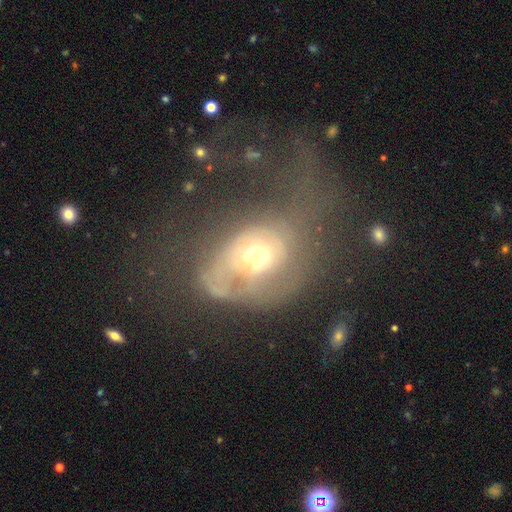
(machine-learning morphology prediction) Smooth or featured? featured or disk (64%)
Edge-on disk? no (95%)
Bar? no (76%)
Spiral arms? yes (56%)
Bulge size? moderate (66%)
Merging? major disturbance (59%)